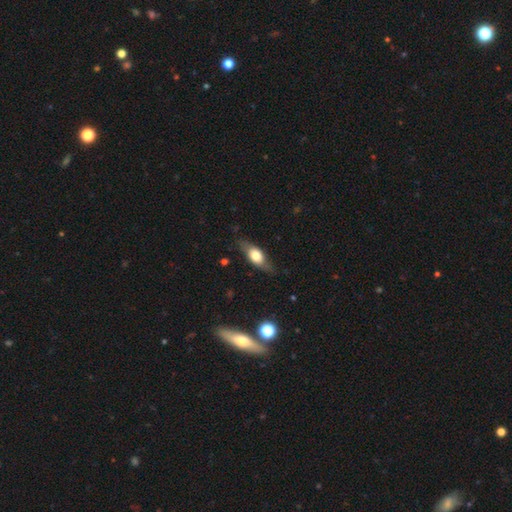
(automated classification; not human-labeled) smooth-or-featured: smooth: 59% | featured or disk: 35% | star or artifact: 7%
  how-rounded: in between: 75% | cigar-shaped: 19% | round: 6%
  merging: none: 73% | minor disturbance: 20% | major disturbance: 6% | merger: 1%